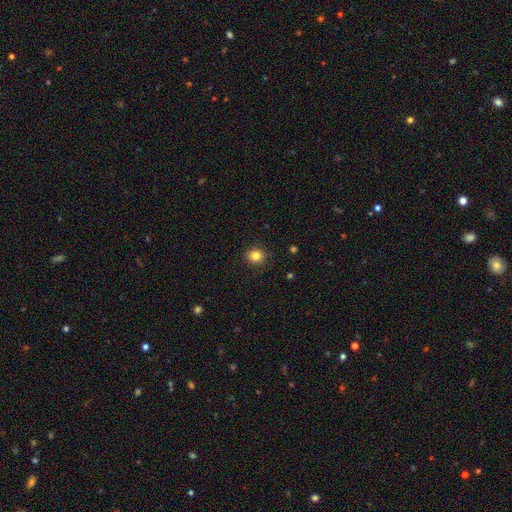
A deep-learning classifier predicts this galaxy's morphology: Smooth or featured? smooth (83%)
How rounded? round (87%)
Merging? none (91%)